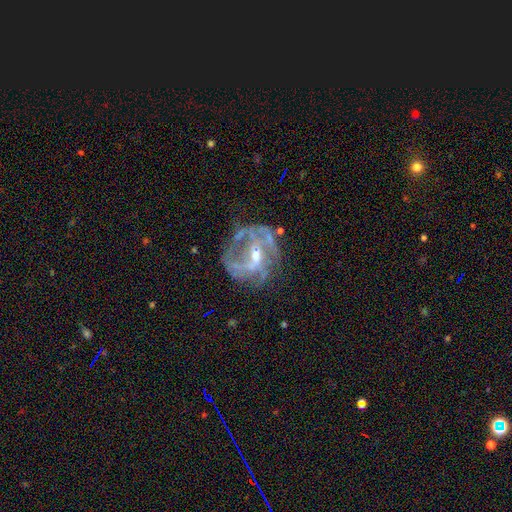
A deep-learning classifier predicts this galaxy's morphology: type=featured or disk (82%); edge-on=no (98%); bar=weak (49%); spiral arms=yes (78%); winding=medium (45%); arm count=2 (40%); bulge=moderate (47%); merging=none (47%).